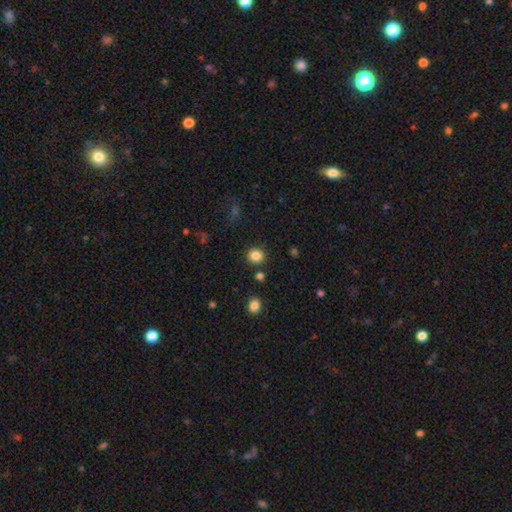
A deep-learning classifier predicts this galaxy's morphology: Smooth or featured?
  - smooth: 85% *
  - star or artifact: 11%
  - featured or disk: 4%
How rounded?
  - round: 84% *
  - in between: 15%
  - cigar-shaped: 1%
Merging?
  - none: 87% *
  - minor disturbance: 7%
  - merger: 3%
  - major disturbance: 3%